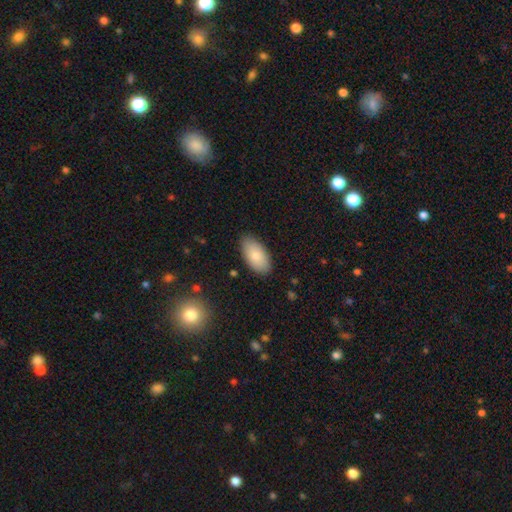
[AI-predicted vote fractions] Q: Smooth or featured?
A: smooth (82%); runner-up: featured or disk (12%)
Q: How rounded?
A: in between (95%); runner-up: round (3%)
Q: Merging?
A: none (86%); runner-up: minor disturbance (11%)